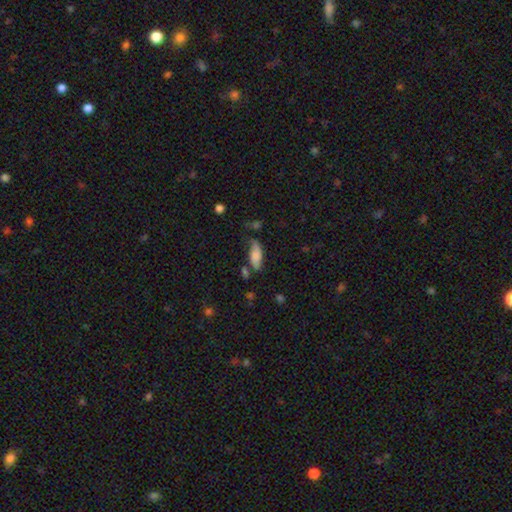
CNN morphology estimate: A smooth galaxy with no disk features (70%) that is in between round and cigar-shaped (79%). Merging: none (48%).